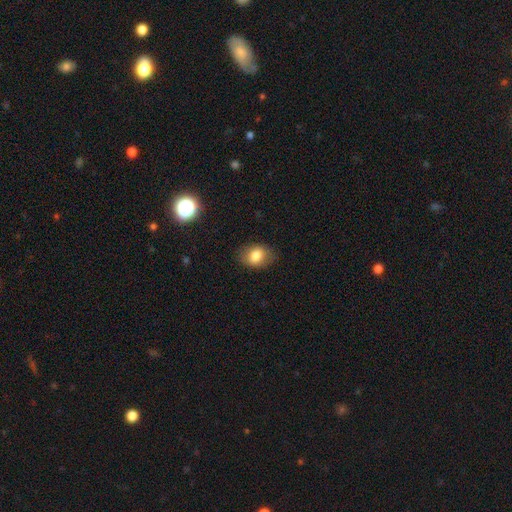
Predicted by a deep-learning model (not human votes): smooth 79%, featured or disk 11%, star or artifact 10%. Down the decision tree: how rounded — in between (69%); merging — none (81%).